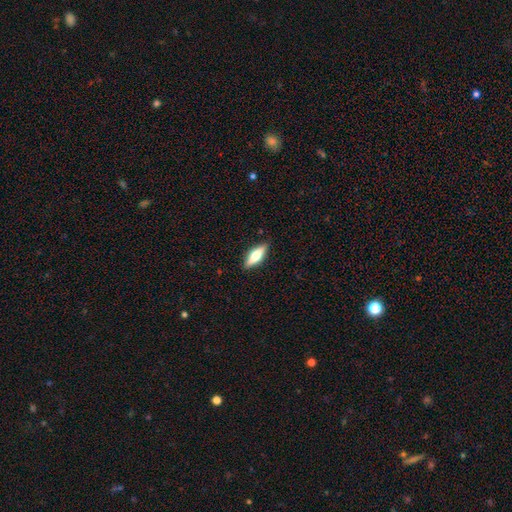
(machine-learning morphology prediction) smooth 53%, featured or disk 41%, star or artifact 6%. Down the decision tree: how rounded — in between (55%); merging — none (88%).